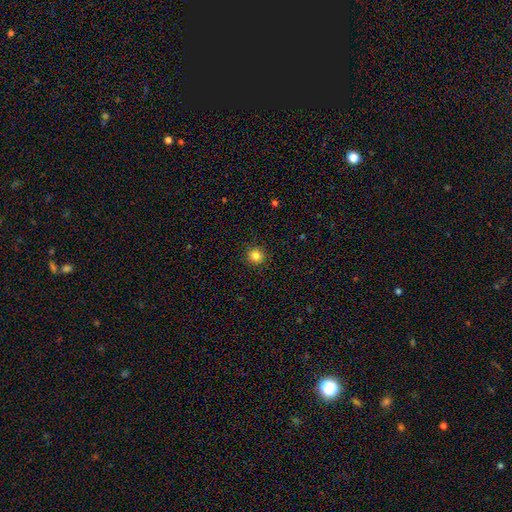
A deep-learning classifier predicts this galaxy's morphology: Smooth or featured: smooth — 83% (star or artifact — 12%)
How rounded: round — 92% (in between — 7%)
Merging: none — 91% (minor disturbance — 6%)